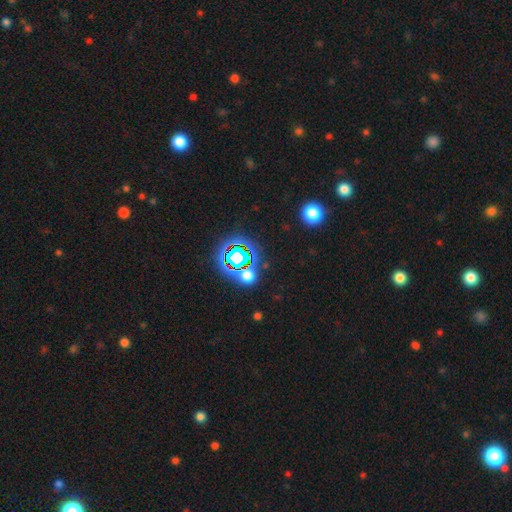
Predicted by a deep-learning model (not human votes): Overall: star or artifact (80%).